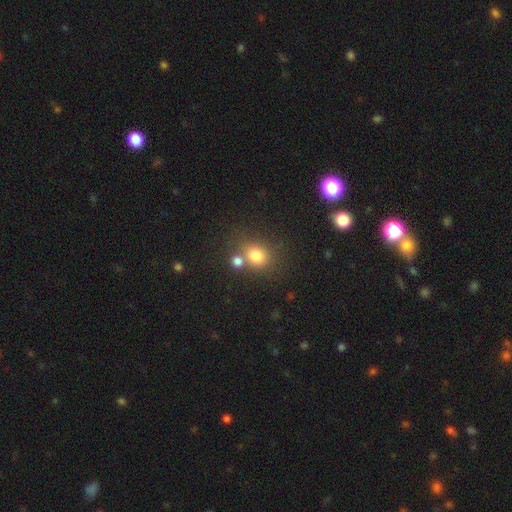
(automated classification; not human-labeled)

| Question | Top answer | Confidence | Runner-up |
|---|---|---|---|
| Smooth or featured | smooth | 78% | star or artifact (13%) |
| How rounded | round | 67% | in between (32%) |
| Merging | none | 55% | merger (30%) |